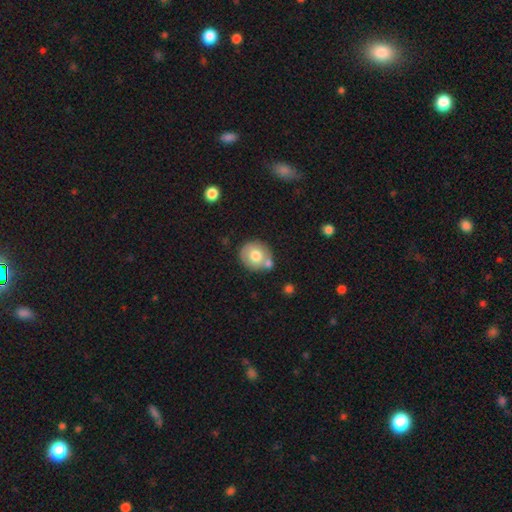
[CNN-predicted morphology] Smooth or featured? Predicted: smooth (p=0.70). How rounded? Predicted: round (p=0.82). Merging? Predicted: none (p=0.61).